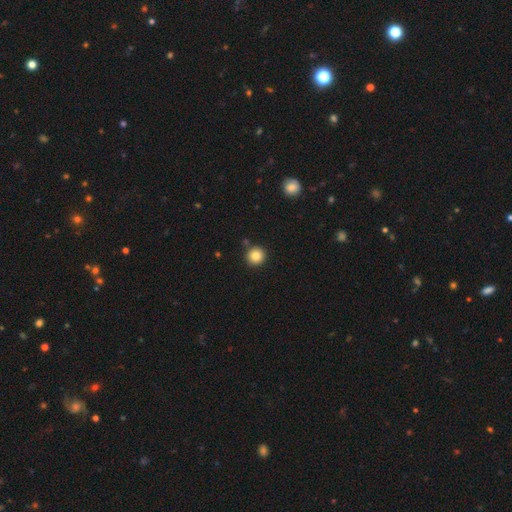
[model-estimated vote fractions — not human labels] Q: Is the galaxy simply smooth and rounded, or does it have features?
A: smooth — 83%.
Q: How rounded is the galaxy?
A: round — 95%.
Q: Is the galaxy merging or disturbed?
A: none — 88%.